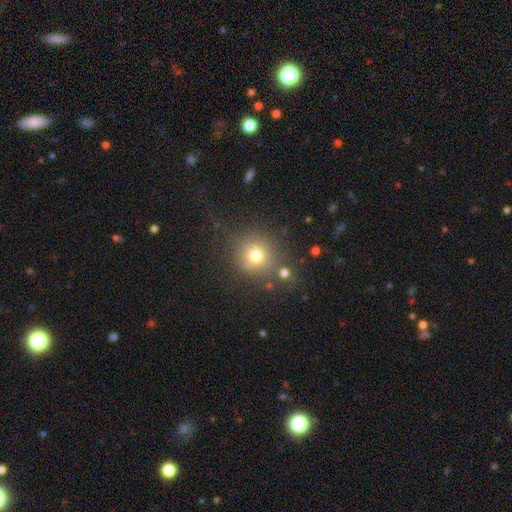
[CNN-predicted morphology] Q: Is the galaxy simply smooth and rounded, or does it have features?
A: smooth — 72%.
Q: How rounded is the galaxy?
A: round — 89%.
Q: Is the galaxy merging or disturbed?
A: none — 76%.